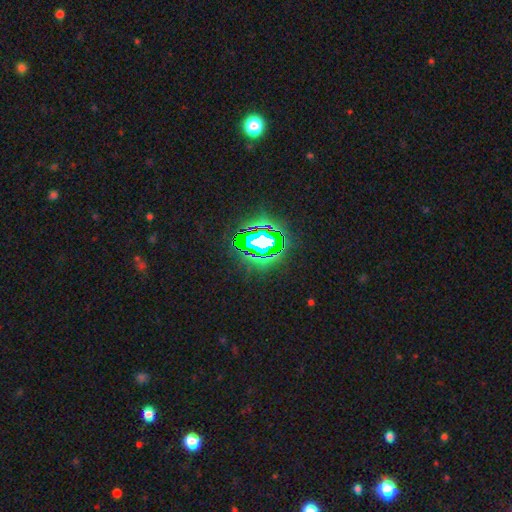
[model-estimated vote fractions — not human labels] smooth_or_featured: star or artifact (p=0.82) [alt: smooth p=0.12]